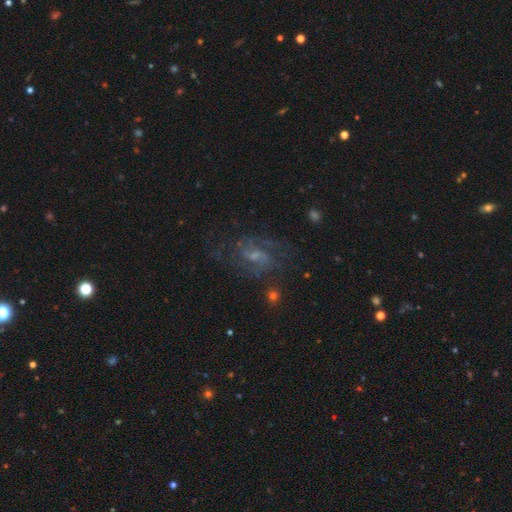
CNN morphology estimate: The model was most divided on "bar": weak: 54%, no: 34%, strong: 12%. More confident: edge-on disk — no (97%); spiral arms — yes (93%); smooth or featured — featured or disk (78%); merging — none (67%); spiral arm count — 2 (62%); bulge size — small (54%); spiral winding — medium (53%).